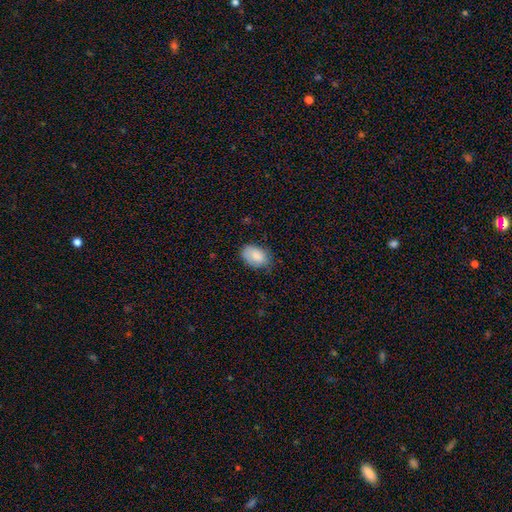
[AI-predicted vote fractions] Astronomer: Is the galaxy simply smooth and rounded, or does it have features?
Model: smooth — 84%.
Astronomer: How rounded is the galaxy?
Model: in between — 89%.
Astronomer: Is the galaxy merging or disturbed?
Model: none — 68%.